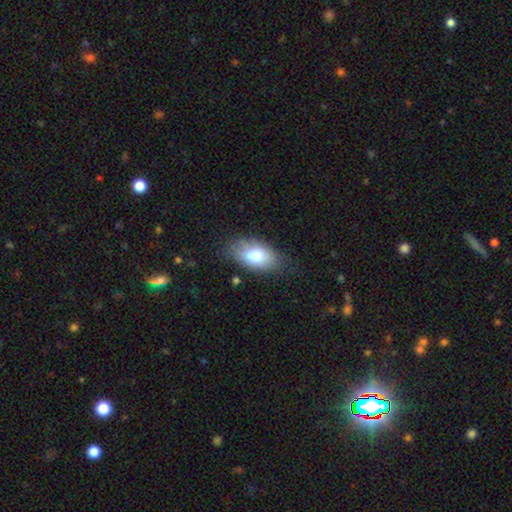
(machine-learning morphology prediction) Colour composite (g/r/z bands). It shows a smooth galaxy with no disk features (77%) that is in between round and cigar-shaped (92%). Merging: none (65%).